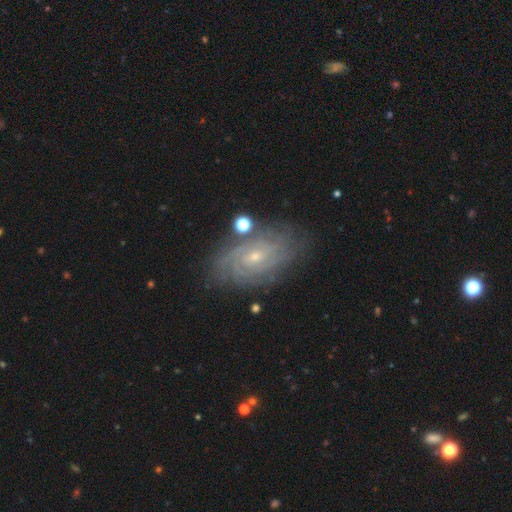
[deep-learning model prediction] Smooth or featured?
  - featured or disk: 83% *
  - smooth: 10%
  - star or artifact: 7%
Edge-on disk?
  - no: 95% *
  - yes: 5%
Bar?
  - no: 64% *
  - weak: 30%
  - strong: 7%
Spiral arms?
  - yes: 96% *
  - no: 4%
Spiral winding?
  - tight: 79% *
  - medium: 17%
  - loose: 4%
Spiral arm count?
  - can't tell: 40% *
  - 2: 16%
  - 4: 15%
  - 3: 14%
  - more than 4: 9%
  - 1: 6%
Bulge size?
  - small: 76% *
  - moderate: 20%
  - none: 2%
  - large: 1%
  - dominant: 1%
Merging?
  - none: 77% *
  - minor disturbance: 15%
  - major disturbance: 4%
  - merger: 3%